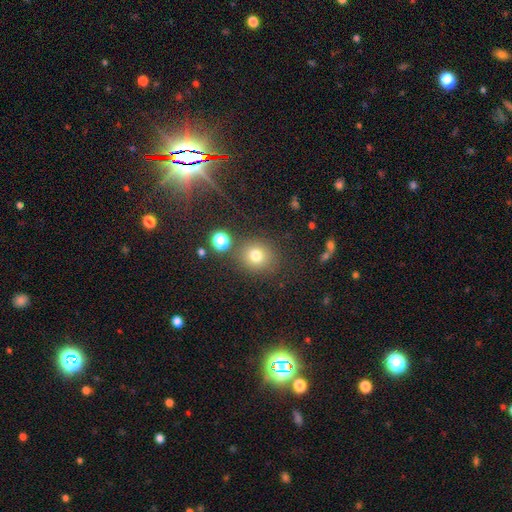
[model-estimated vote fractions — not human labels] Smooth or featured? smooth (76%)
How rounded? round (84%)
Merging? none (80%)